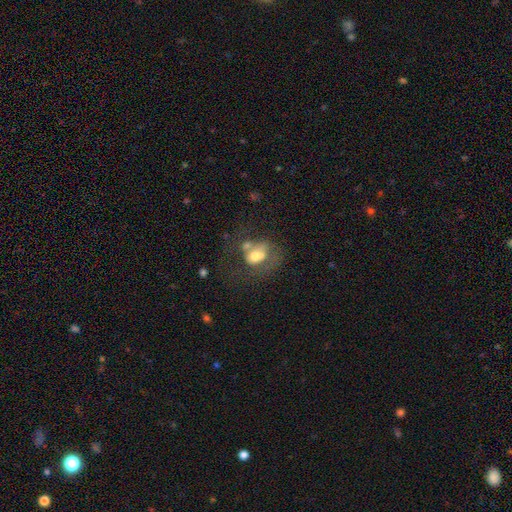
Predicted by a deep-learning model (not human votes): Overall: smooth (48%; featured or disk 41%). Merging: merger (43%; major disturbance 23%).